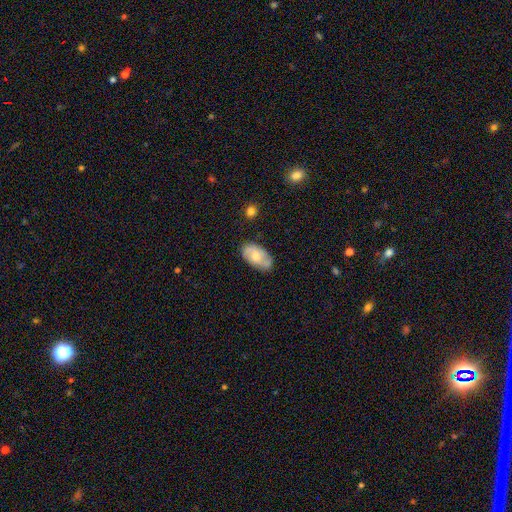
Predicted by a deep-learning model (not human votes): Smooth or featured? Predicted: smooth (p=0.50). Merging? Predicted: none (p=0.75).